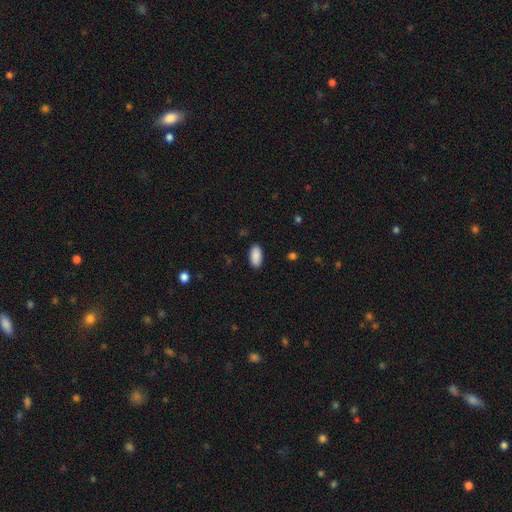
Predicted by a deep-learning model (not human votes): Smooth or featured: smooth — 90% (star or artifact — 7%)
How rounded: in between — 93% (cigar-shaped — 5%)
Merging: none — 89% (minor disturbance — 8%)